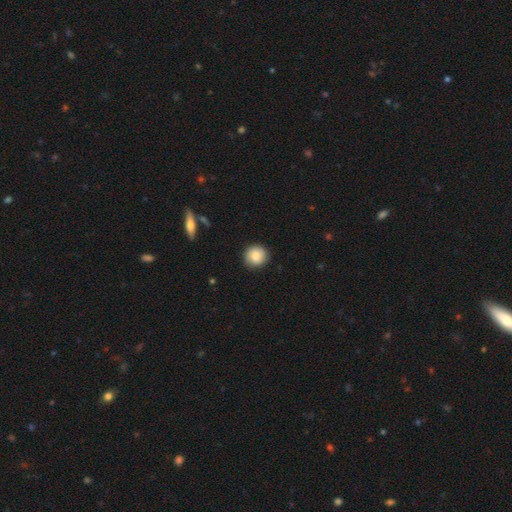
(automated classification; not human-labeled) Smooth or featured? Predicted: smooth (p=0.80). How rounded? Predicted: round (p=0.89). Merging? Predicted: none (p=0.85).